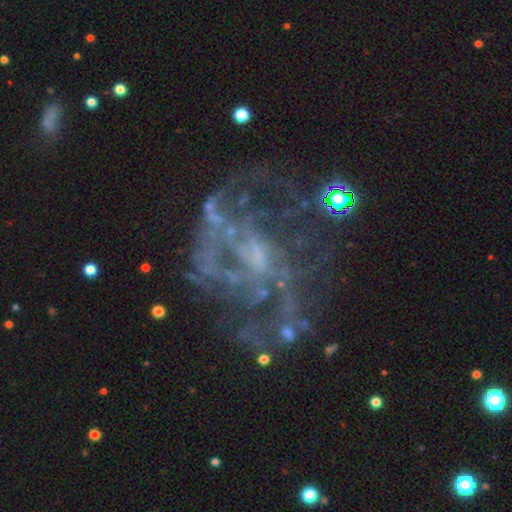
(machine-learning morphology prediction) This is likely a featured or disk galaxy (76%). It is clearly not viewed edge-on (98%). Bar: possibly no (55%). Spiral arm pattern: likely yes (64%). Central bulge: marginally none (45%). Merging: possibly none (46%).